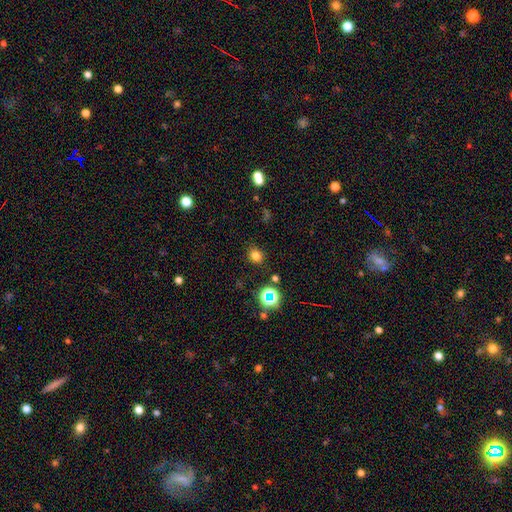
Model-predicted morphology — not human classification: Smooth or featured: smooth — 76% (star or artifact — 18%)
How rounded: round — 78% (in between — 21%)
Merging: none — 87% (minor disturbance — 8%)